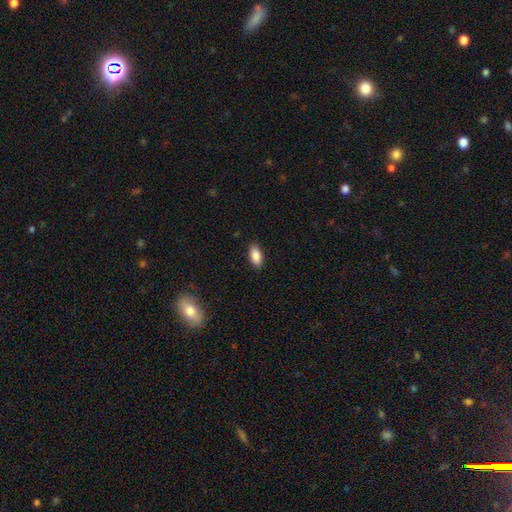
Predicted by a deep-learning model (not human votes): Q: Smooth or featured?
A: smooth (88%); runner-up: star or artifact (7%)
Q: How rounded?
A: in between (91%); runner-up: cigar-shaped (6%)
Q: Merging?
A: none (88%); runner-up: minor disturbance (9%)